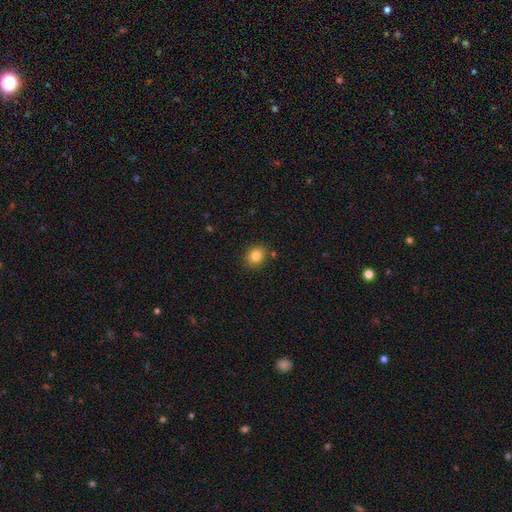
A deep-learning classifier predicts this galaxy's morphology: This is clearly a smooth galaxy (83%). How rounded: likely round (66%). Merging: clearly none (85%).